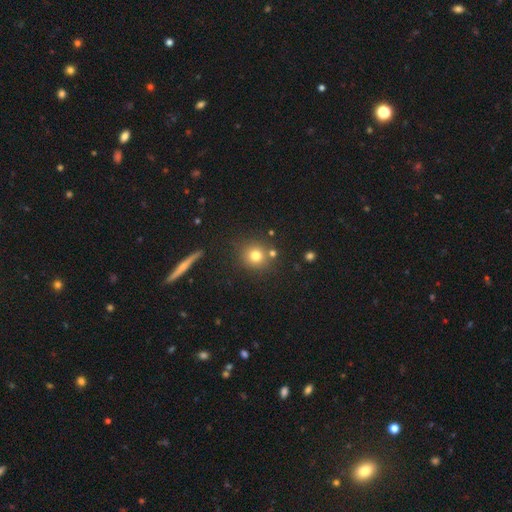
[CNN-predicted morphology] Smooth or featured? Predicted: smooth (p=0.77). How rounded? Predicted: round (p=0.91). Merging? Predicted: none (p=0.79).